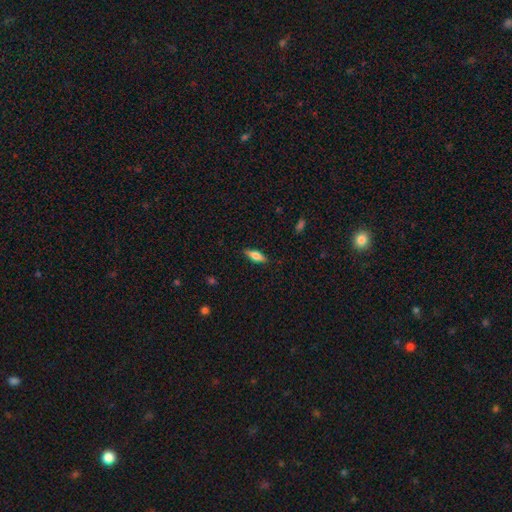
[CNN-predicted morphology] This is possibly a smooth galaxy (59%). How rounded: likely in between (60%). Merging: clearly none (86%).